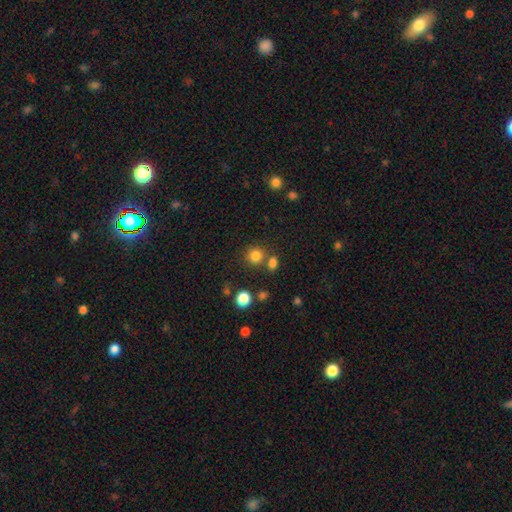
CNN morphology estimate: This is clearly a smooth galaxy (81%). How rounded: clearly round (86%). Merging: likely none (69%).